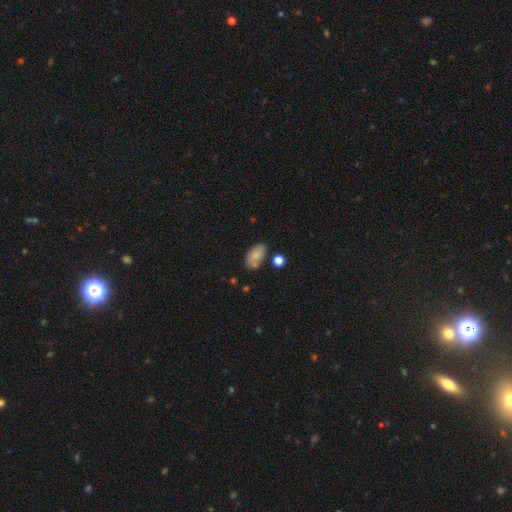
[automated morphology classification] A smooth galaxy with no disk features (81%) that is in between round and cigar-shaped (93%). Merging: none (66%).